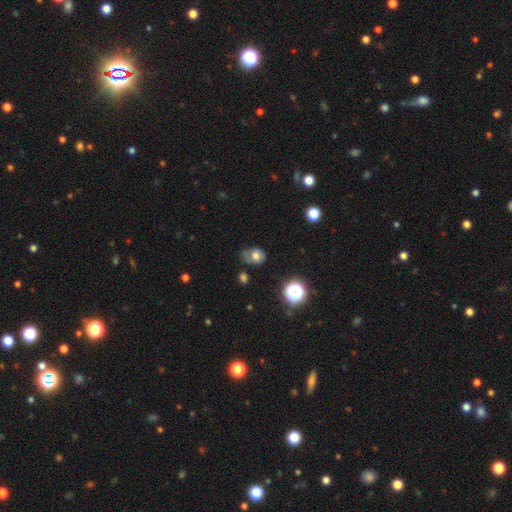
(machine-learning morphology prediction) type=smooth (67%); roundness=in between (57%); merging=none (47%).